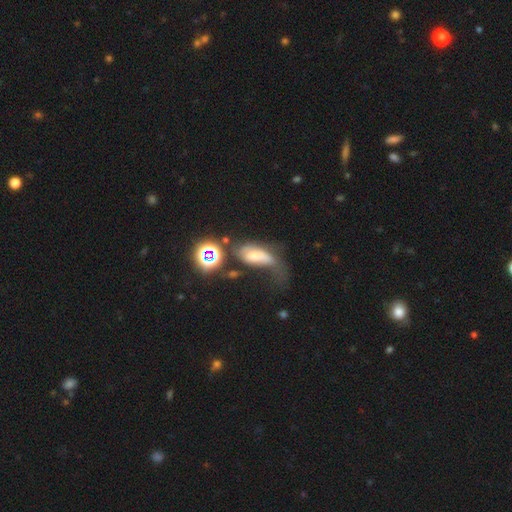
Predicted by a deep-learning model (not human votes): smooth_or_featured: smooth (p=0.49) [alt: featured or disk p=0.34]
merging: major disturbance (p=0.48) [alt: minor disturbance p=0.21]